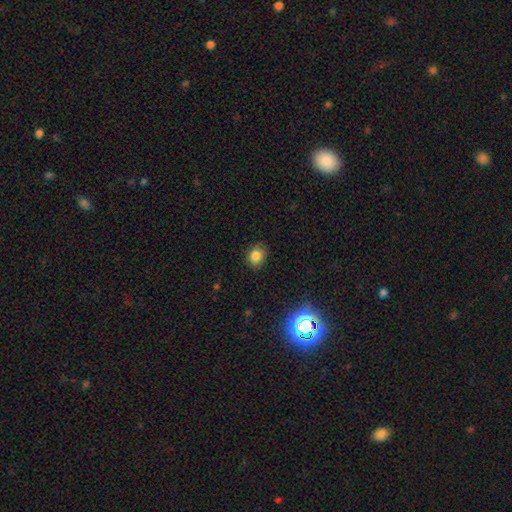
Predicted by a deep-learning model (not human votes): Smooth or featured? smooth (82%)
How rounded? round (72%)
Merging? none (83%)